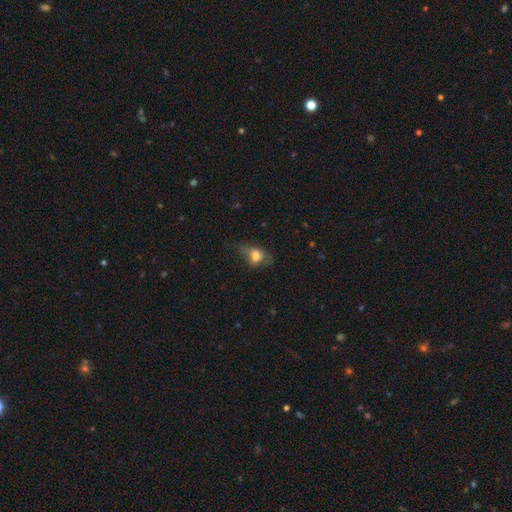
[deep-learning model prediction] smooth_or_featured: smooth (p=0.64) [alt: featured or disk p=0.25]
how_rounded: in between (p=0.70) [alt: round p=0.26]
merging: none (p=0.39) [alt: minor disturbance p=0.32]